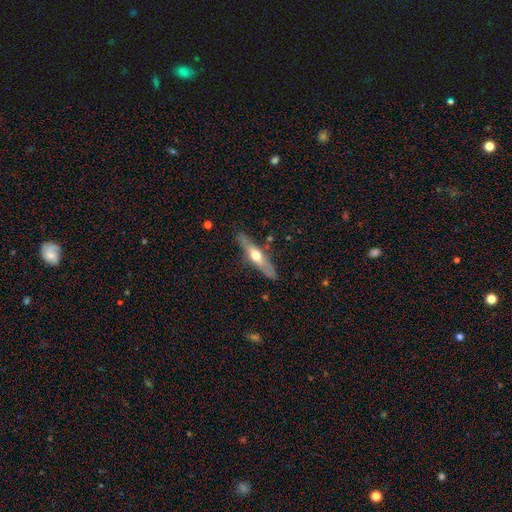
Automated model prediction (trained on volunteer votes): Q: Smooth or featured?
A: featured or disk (56%); runner-up: smooth (39%)
Q: Edge-on disk?
A: yes (85%); runner-up: no (15%)
Q: Merging?
A: none (83%); runner-up: minor disturbance (12%)